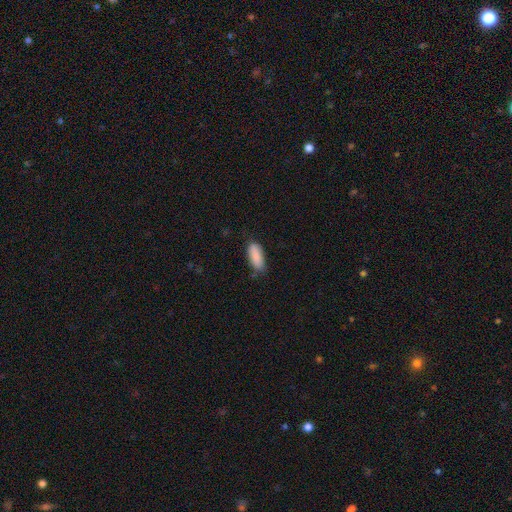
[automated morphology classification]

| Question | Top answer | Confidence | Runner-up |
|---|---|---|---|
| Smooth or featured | smooth | 89% | star or artifact (6%) |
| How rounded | in between | 78% | cigar-shaped (20%) |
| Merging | none | 73% | minor disturbance (21%) |